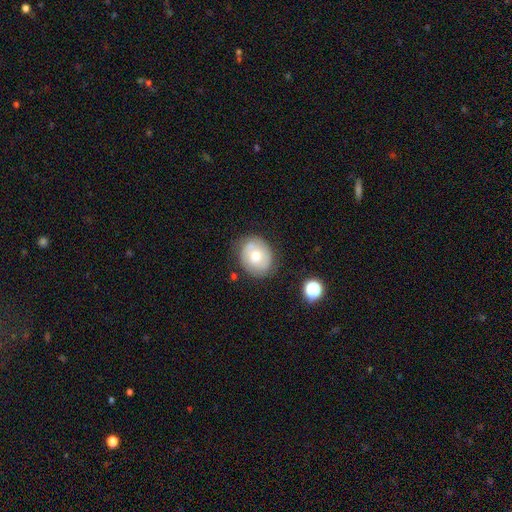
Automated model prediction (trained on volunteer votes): Smooth or featured?
  - smooth: 56% *
  - featured or disk: 36%
  - star or artifact: 8%
How rounded?
  - round: 61% *
  - in between: 38%
  - cigar-shaped: 1%
Merging?
  - none: 74% *
  - minor disturbance: 19%
  - major disturbance: 5%
  - merger: 3%